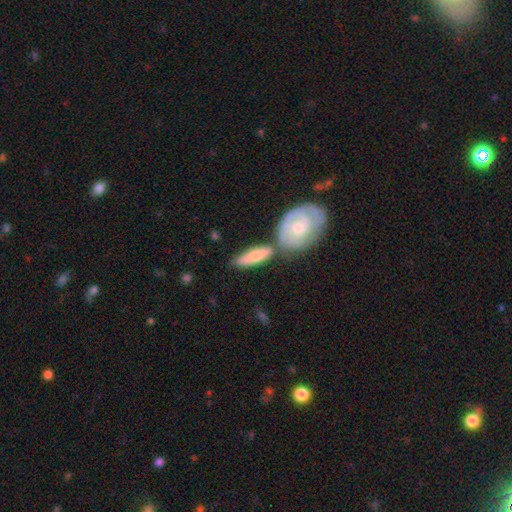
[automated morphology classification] smooth_or_featured: smooth (p=0.59) [alt: featured or disk p=0.36]
how_rounded: in between (p=0.53) [alt: cigar-shaped p=0.43]
merging: none (p=0.54) [alt: merger p=0.27]